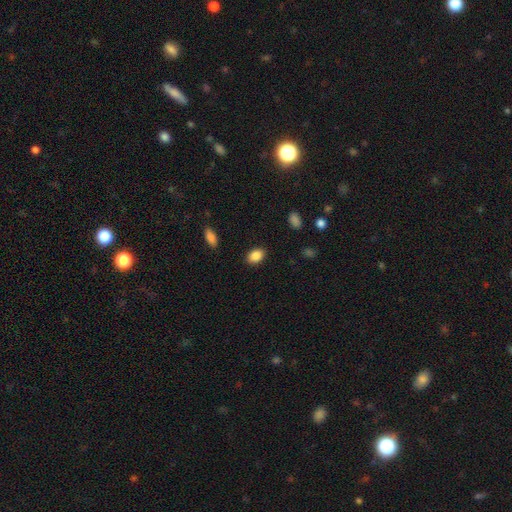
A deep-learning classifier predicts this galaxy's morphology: Smooth or featured? smooth (87%)
How rounded? in between (85%)
Merging? none (88%)